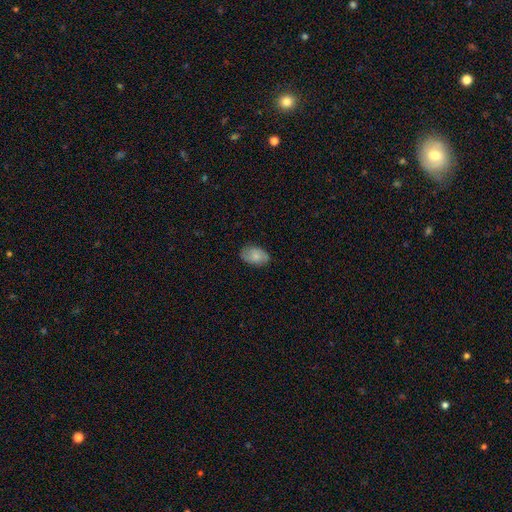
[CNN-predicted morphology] Smooth or featured: smooth — 71% (featured or disk — 22%)
How rounded: in between — 89% (round — 9%)
Merging: none — 81% (minor disturbance — 15%)